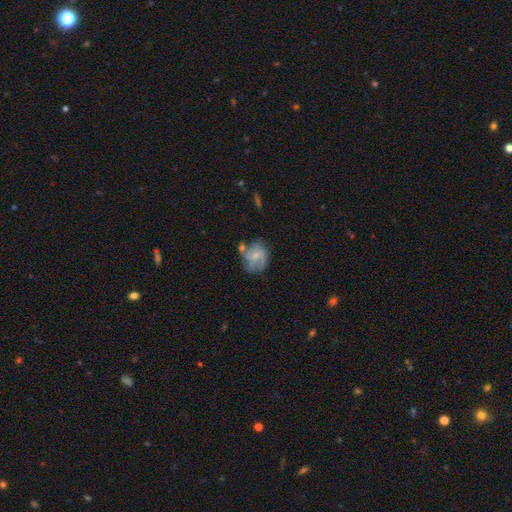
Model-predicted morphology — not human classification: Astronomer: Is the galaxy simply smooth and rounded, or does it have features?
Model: featured or disk — 61%.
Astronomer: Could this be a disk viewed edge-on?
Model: no — 98%.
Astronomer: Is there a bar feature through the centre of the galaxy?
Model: no — 54% (runner-up: weak, 39%).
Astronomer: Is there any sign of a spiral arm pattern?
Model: yes — 81%.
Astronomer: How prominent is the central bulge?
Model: small — 64%.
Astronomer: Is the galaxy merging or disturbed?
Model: none — 48% (runner-up: minor disturbance, 25%).